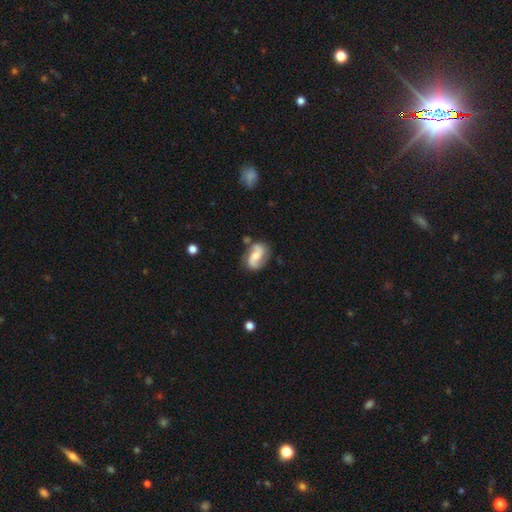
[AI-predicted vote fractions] A featured or disk galaxy (70%) with no bar (50%), 2 (90%) loose (48%) spiral arms (92%) and a moderate central bulge (57%). Merging: none (72%).